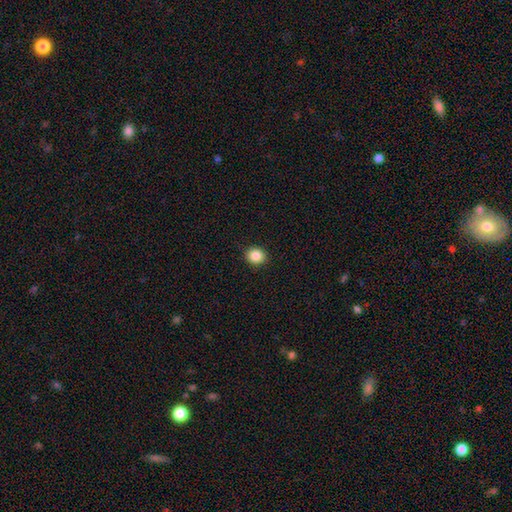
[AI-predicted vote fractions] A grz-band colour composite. It shows a smooth galaxy with no disk features (86%) that is round (79%). Merging: none (92%).